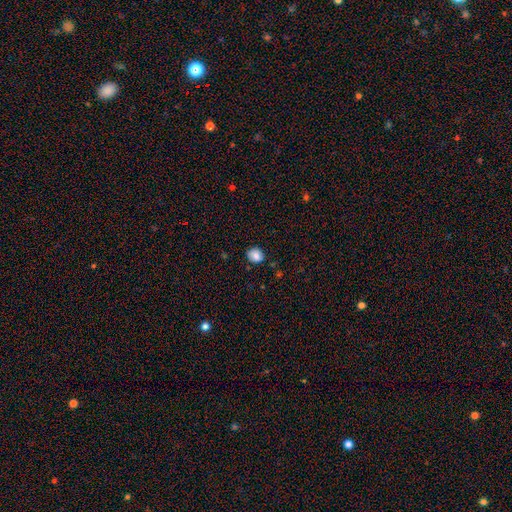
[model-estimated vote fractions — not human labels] Q: Smooth or featured?
A: smooth (84%); runner-up: star or artifact (10%)
Q: How rounded?
A: round (76%); runner-up: in between (23%)
Q: Merging?
A: none (82%); runner-up: minor disturbance (14%)